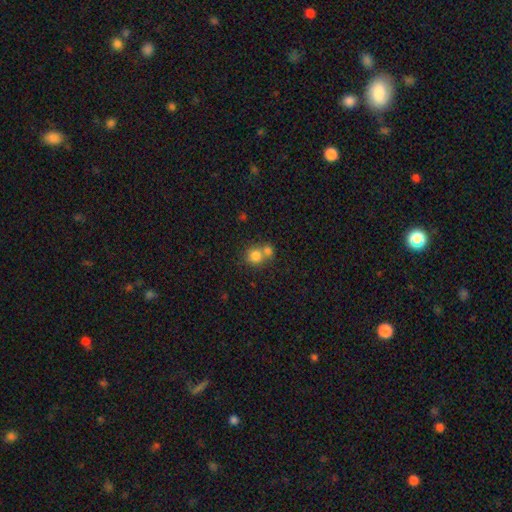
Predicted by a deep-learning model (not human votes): smooth 80%, star or artifact 11%, featured or disk 10%. Down the decision tree: how rounded — round (85%); merging — merger (48%).